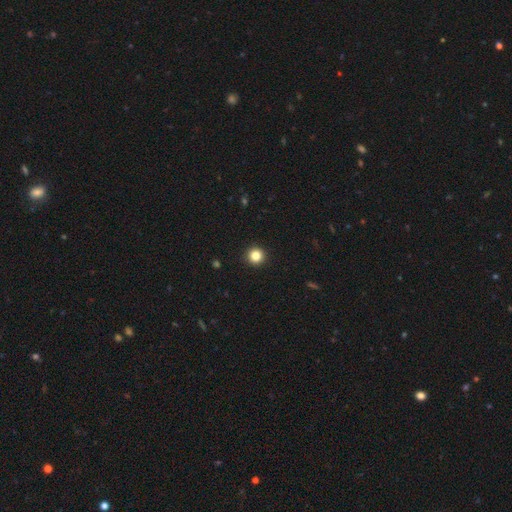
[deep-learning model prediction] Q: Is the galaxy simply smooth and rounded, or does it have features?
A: smooth — 83%.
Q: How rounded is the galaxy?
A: round — 96%.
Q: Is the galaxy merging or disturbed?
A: none — 93%.